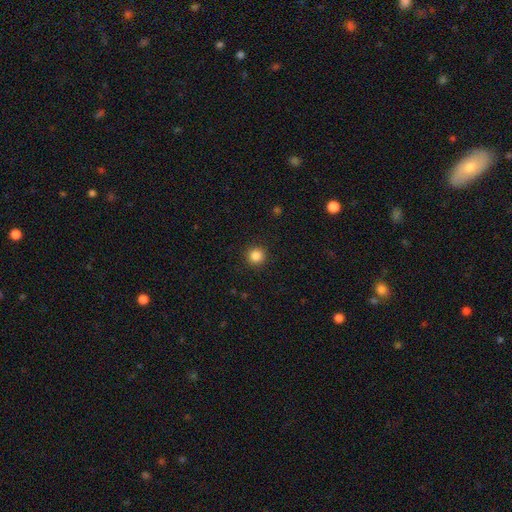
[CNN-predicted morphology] Smooth or featured? Predicted: smooth (p=0.86). How rounded? Predicted: round (p=0.95). Merging? Predicted: none (p=0.92).